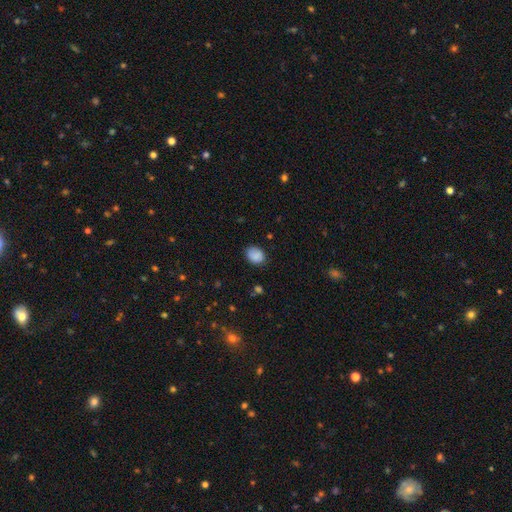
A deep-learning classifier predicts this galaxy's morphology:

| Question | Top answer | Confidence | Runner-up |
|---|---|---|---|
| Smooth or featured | smooth | 87% | star or artifact (8%) |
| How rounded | in between | 63% | round (36%) |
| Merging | none | 77% | minor disturbance (18%) |